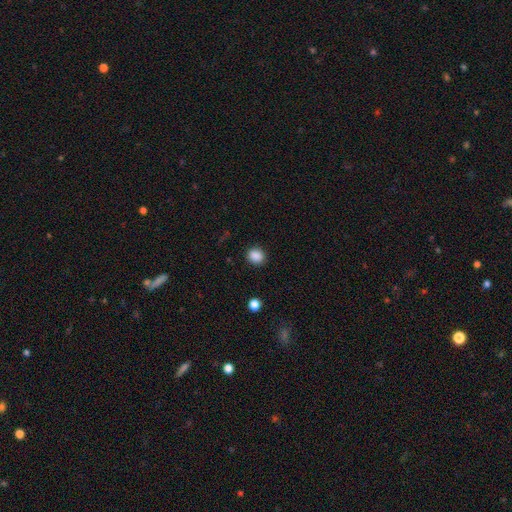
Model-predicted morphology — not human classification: smooth 87%, star or artifact 10%, featured or disk 3%. Down the decision tree: how rounded — round (75%); merging — none (89%).